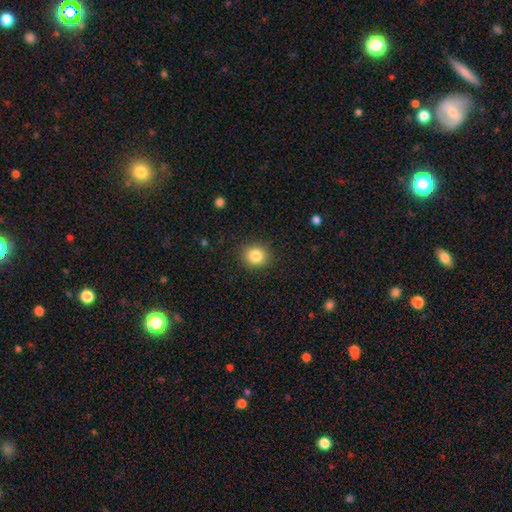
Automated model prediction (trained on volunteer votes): This appears to be a smooth galaxy with no disk features (83%) that is round (82%). Merging: none (89%).